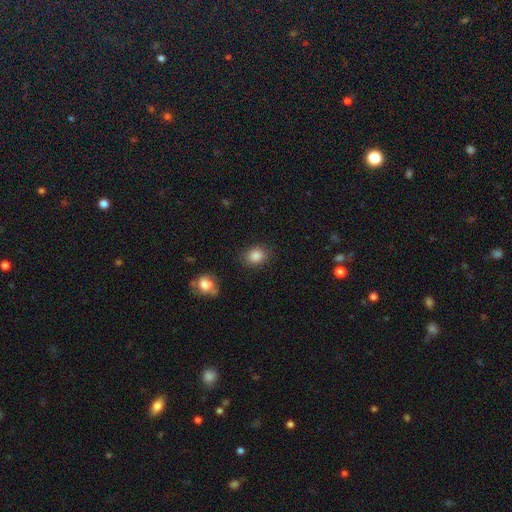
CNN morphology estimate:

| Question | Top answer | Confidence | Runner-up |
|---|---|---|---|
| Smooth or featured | smooth | 87% | star or artifact (9%) |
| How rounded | in between | 56% | round (43%) |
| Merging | none | 84% | minor disturbance (11%) |